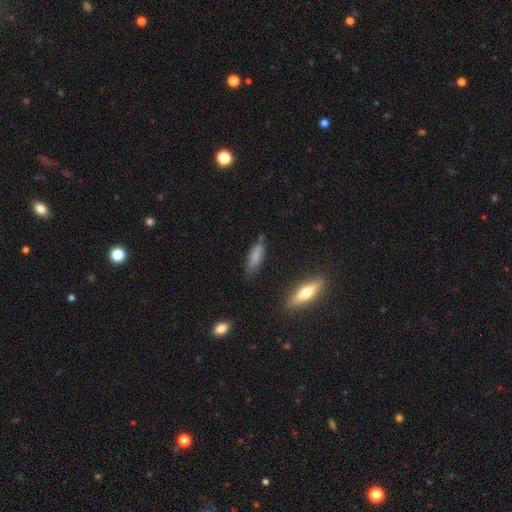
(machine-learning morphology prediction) A smooth galaxy with no disk features (76%) that is cigar-shaped (53%). Merging: none (66%).